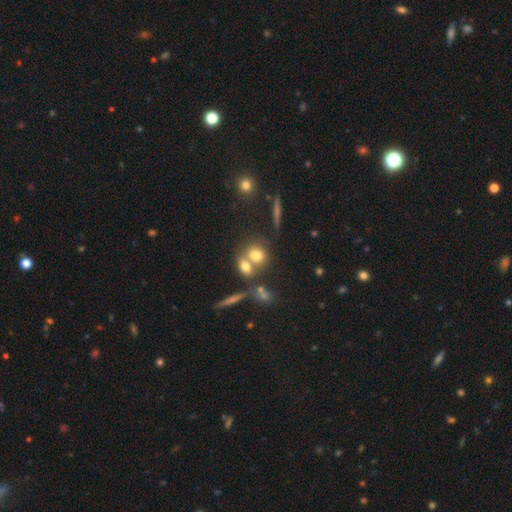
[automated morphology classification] Smooth or featured? smooth (71%)
How rounded? round (58%)
Merging? merger (47%)